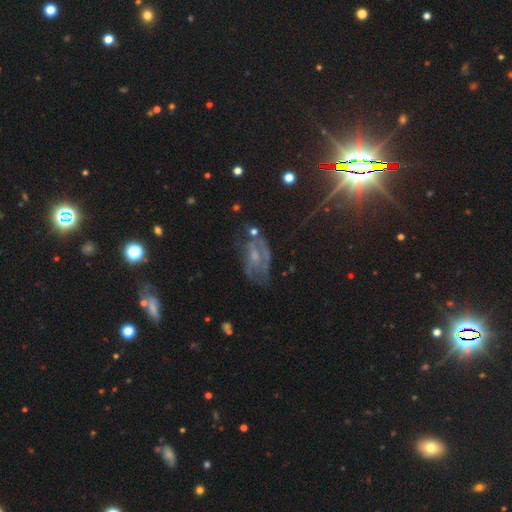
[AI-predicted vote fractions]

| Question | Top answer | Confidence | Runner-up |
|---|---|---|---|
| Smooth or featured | featured or disk | 63% | star or artifact (18%) |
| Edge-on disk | no | 94% | yes (6%) |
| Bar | no | 63% | weak (30%) |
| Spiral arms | yes | 64% | no (36%) |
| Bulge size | small | 49% | moderate (31%) |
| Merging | none | 48% | minor disturbance (23%) |